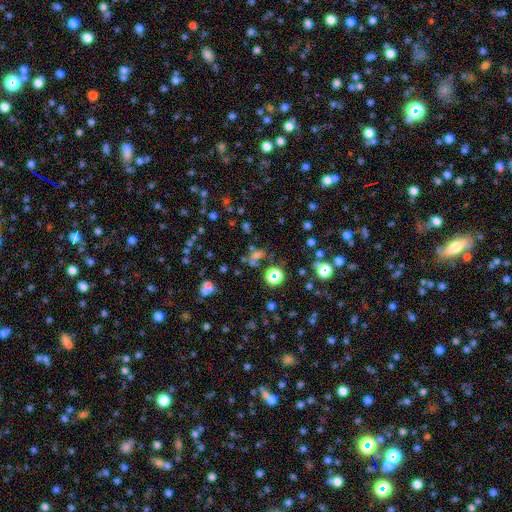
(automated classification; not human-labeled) The model was most divided on "smooth or featured": star or artifact: 51%, smooth: 40%, featured or disk: 10%.